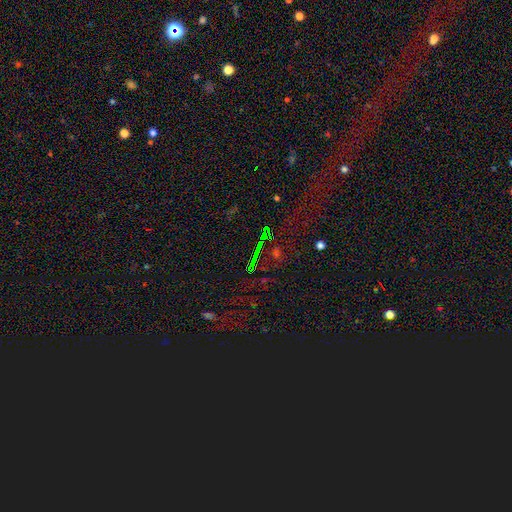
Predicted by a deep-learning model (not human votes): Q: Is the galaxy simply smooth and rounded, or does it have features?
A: star or artifact — 72%.